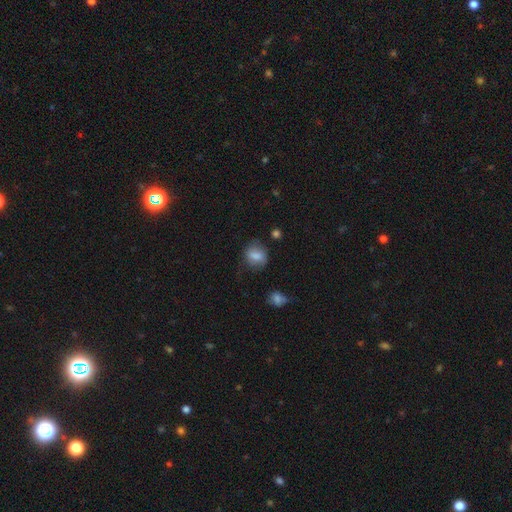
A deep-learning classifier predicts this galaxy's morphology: This is likely a smooth galaxy (73%). How rounded: possibly round (52%). Merging: likely none (70%).